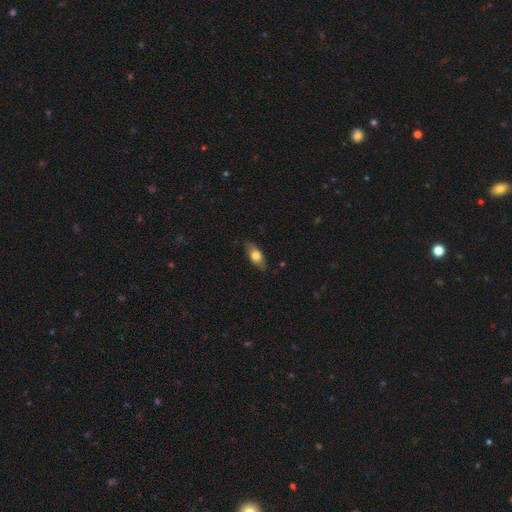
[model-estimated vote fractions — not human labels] smooth-or-featured: smooth: 71% | featured or disk: 22% | star or artifact: 7%
  how-rounded: in between: 84% | cigar-shaped: 10% | round: 5%
  merging: none: 78% | minor disturbance: 17% | major disturbance: 3% | merger: 1%